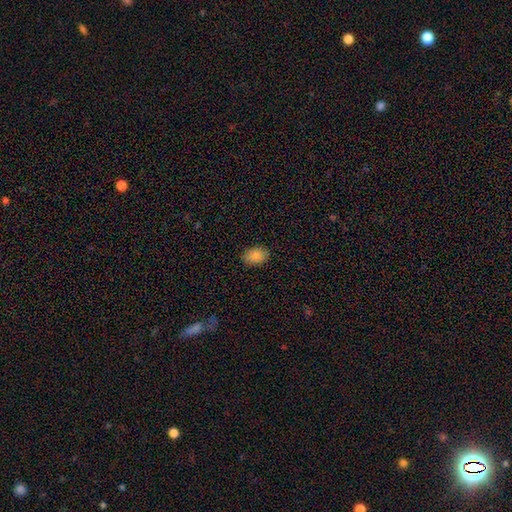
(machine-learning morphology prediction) smooth_or_featured: smooth (p=0.87) [alt: star or artifact p=0.08]
how_rounded: in between (p=0.84) [alt: round p=0.15]
merging: none (p=0.86) [alt: minor disturbance p=0.11]